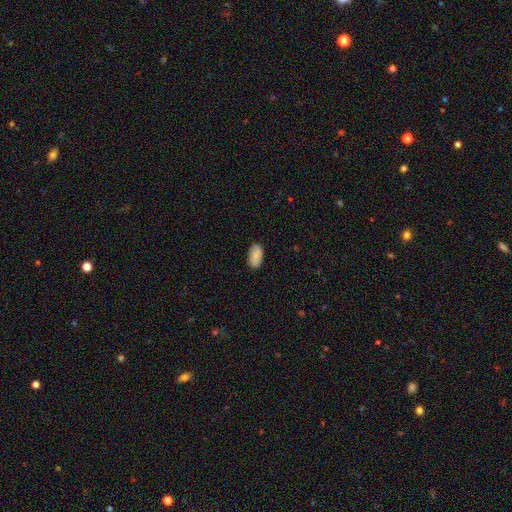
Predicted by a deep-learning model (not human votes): A smooth galaxy with no disk features (89%) that is in between round and cigar-shaped (95%). Merging: none (86%).